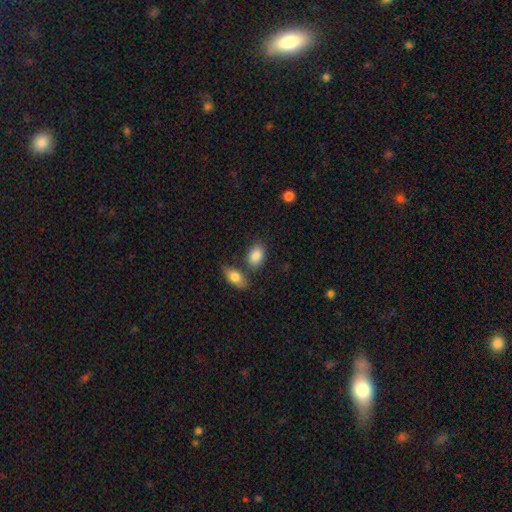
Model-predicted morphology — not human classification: A smooth galaxy with no disk features (87%) that is in between round and cigar-shaped (86%). Merging: none (67%).